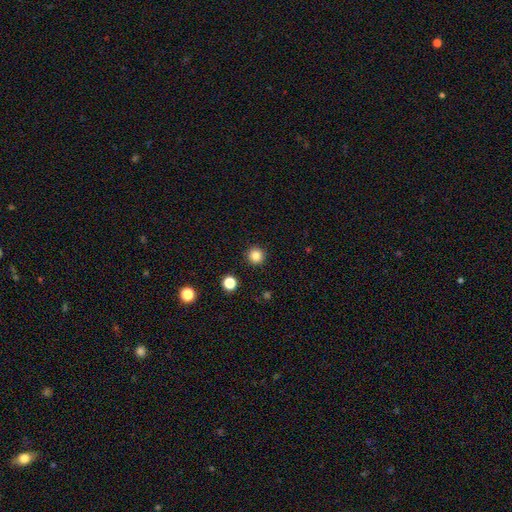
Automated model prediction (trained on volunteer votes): smooth_or_featured: smooth (p=0.84) [alt: star or artifact p=0.11]
how_rounded: round (p=0.96) [alt: in between p=0.03]
merging: none (p=0.93) [alt: minor disturbance p=0.04]